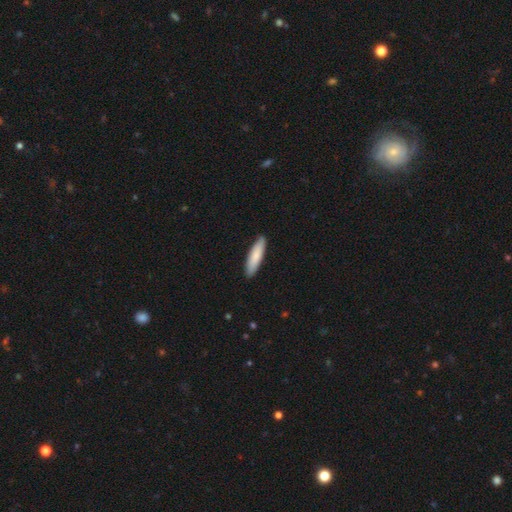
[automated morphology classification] This appears to be a smooth galaxy with no disk features (84%) that is cigar-shaped (69%). Merging: none (89%).